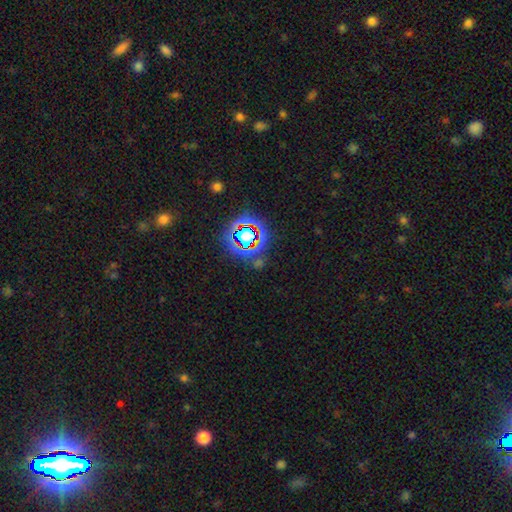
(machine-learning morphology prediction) smooth-or-featured: star or artifact: 78% | smooth: 13% | featured or disk: 9%